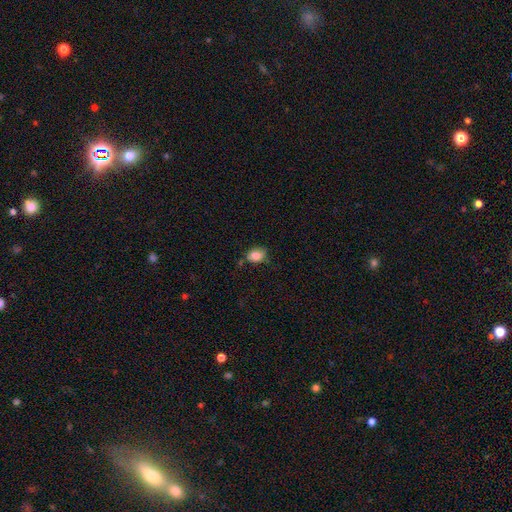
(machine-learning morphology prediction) This appears to be a smooth galaxy with no disk features (84%) that is in between round and cigar-shaped (70%). Merging: none (65%).